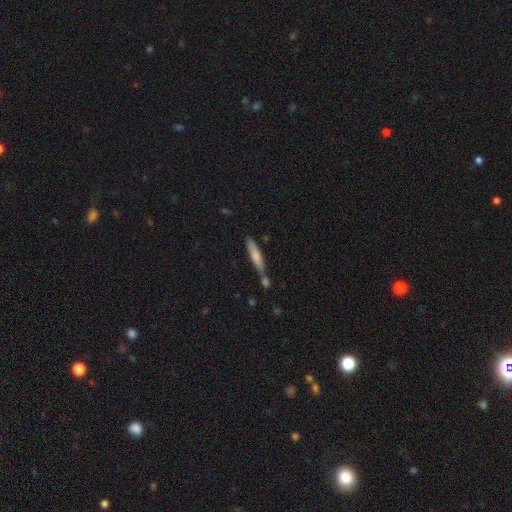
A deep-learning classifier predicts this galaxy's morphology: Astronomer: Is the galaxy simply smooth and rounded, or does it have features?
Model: smooth — 69%.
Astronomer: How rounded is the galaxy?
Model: cigar-shaped — 88%.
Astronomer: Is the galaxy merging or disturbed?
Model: none — 56%.